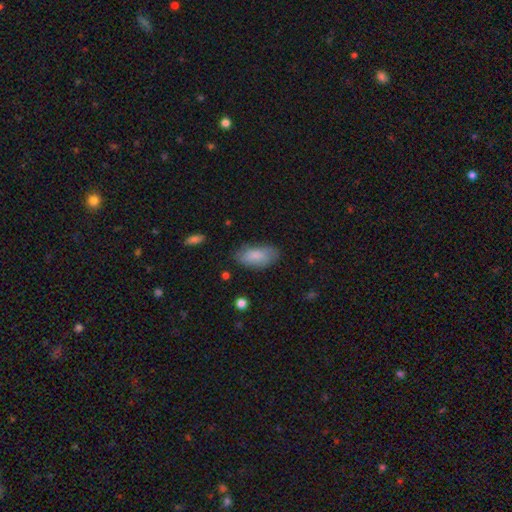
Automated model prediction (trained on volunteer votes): smooth_or_featured: smooth (p=0.83) [alt: featured or disk p=0.10]
how_rounded: in between (p=0.91) [alt: cigar-shaped p=0.06]
merging: none (p=0.76) [alt: minor disturbance p=0.19]